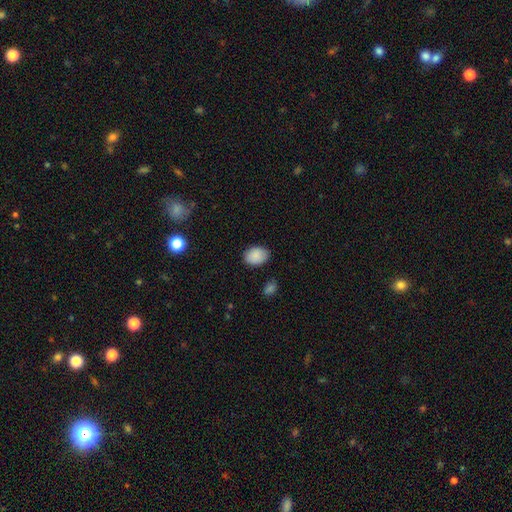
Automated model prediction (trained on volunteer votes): Q: Smooth or featured?
A: smooth (89%); runner-up: star or artifact (7%)
Q: How rounded?
A: in between (75%); runner-up: round (25%)
Q: Merging?
A: none (81%); runner-up: minor disturbance (14%)